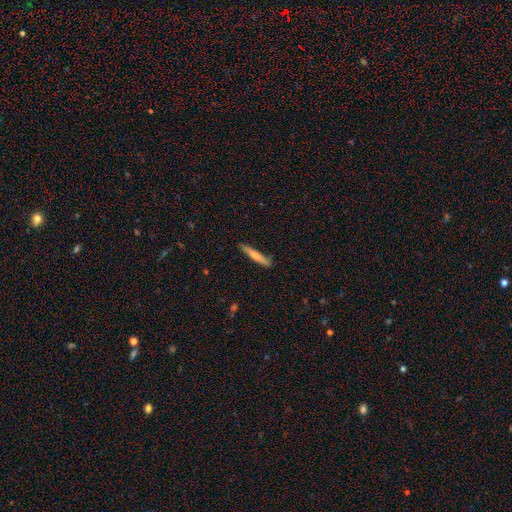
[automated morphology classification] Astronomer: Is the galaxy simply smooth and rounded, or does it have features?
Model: smooth — 66%.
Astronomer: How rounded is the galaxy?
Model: cigar-shaped — 94%.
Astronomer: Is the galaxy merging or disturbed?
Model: none — 87%.